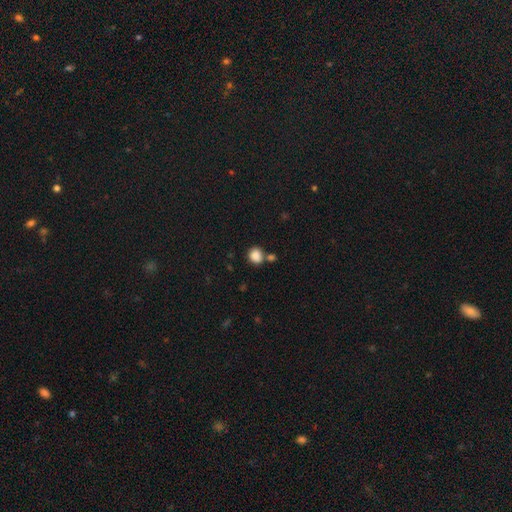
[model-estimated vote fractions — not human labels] Q: Smooth or featured?
A: smooth (86%); runner-up: star or artifact (10%)
Q: How rounded?
A: round (75%); runner-up: in between (24%)
Q: Merging?
A: none (62%); runner-up: merger (22%)